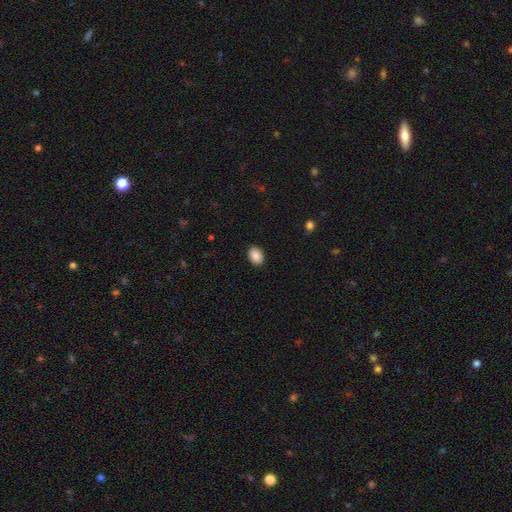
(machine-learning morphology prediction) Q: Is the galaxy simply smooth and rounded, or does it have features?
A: smooth — 88%.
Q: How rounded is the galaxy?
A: in between — 76%.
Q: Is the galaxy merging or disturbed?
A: none — 90%.